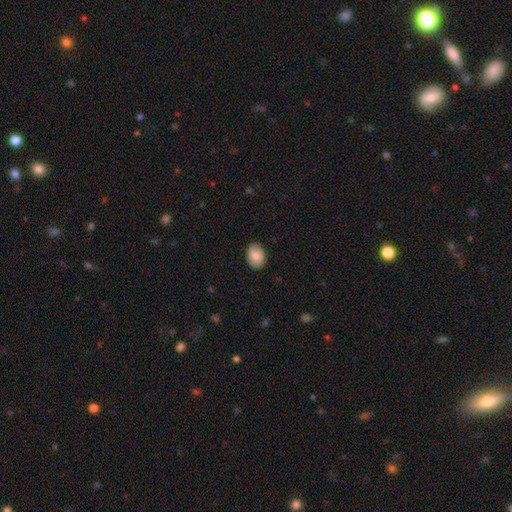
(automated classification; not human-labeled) Smooth or featured: smooth — 88% (star or artifact — 7%)
How rounded: in between — 78% (round — 21%)
Merging: none — 88% (minor disturbance — 9%)